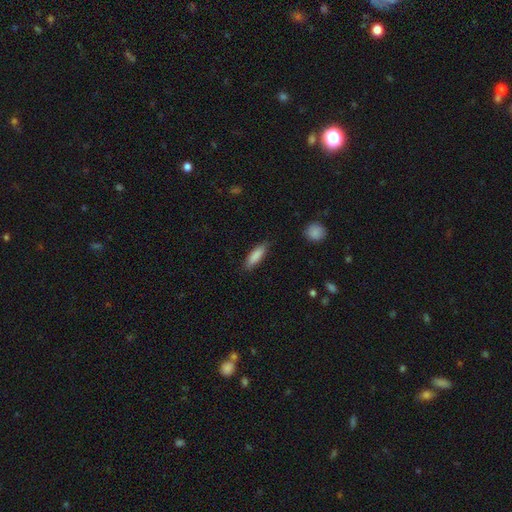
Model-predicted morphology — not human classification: Smooth or featured? Predicted: smooth (p=0.85). How rounded? Predicted: cigar-shaped (p=0.57). Merging? Predicted: none (p=0.84).